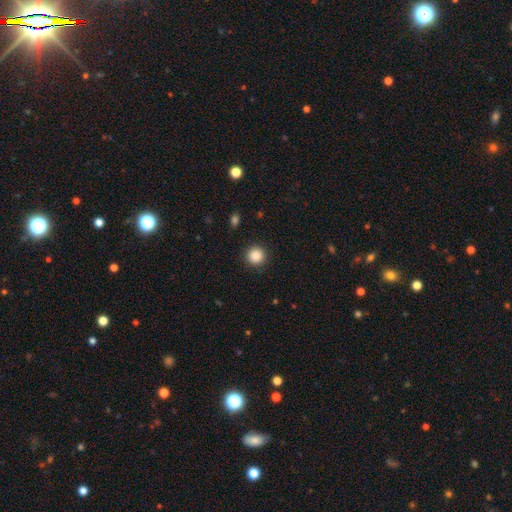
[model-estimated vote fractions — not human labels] This appears to be a smooth galaxy with no disk features (87%) that is round (95%). Merging: none (91%).